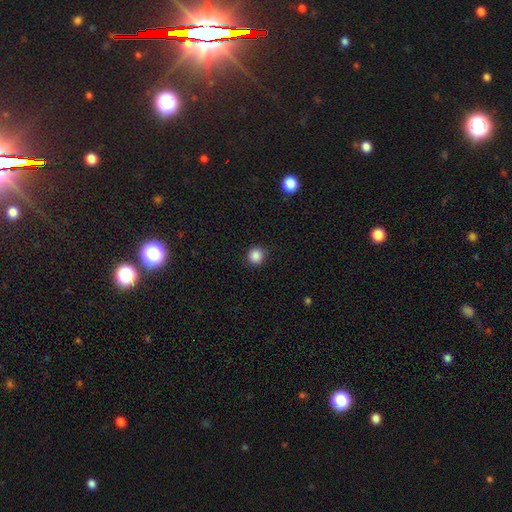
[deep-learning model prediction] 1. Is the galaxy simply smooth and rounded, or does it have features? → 87% smooth, 10% star or artifact, 3% featured or disk.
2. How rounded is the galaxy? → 94% round, 5% in between, 1% cigar-shaped.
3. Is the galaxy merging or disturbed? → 91% none, 6% minor disturbance, 2% major disturbance, 1% merger.